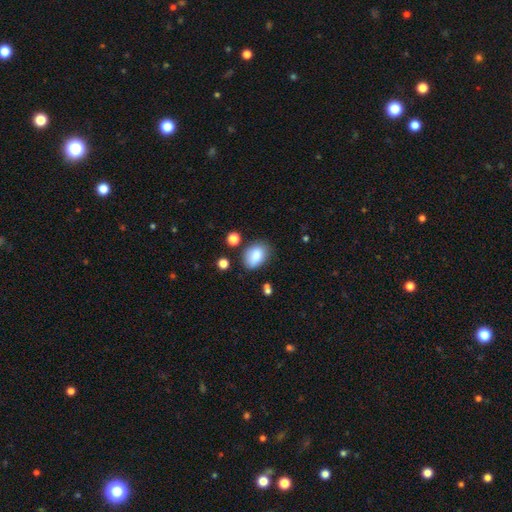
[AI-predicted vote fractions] smooth-or-featured: smooth: 84% | star or artifact: 8% | featured or disk: 8%
  how-rounded: in between: 80% | round: 19% | cigar-shaped: 1%
  merging: none: 70% | minor disturbance: 20% | major disturbance: 5% | merger: 5%